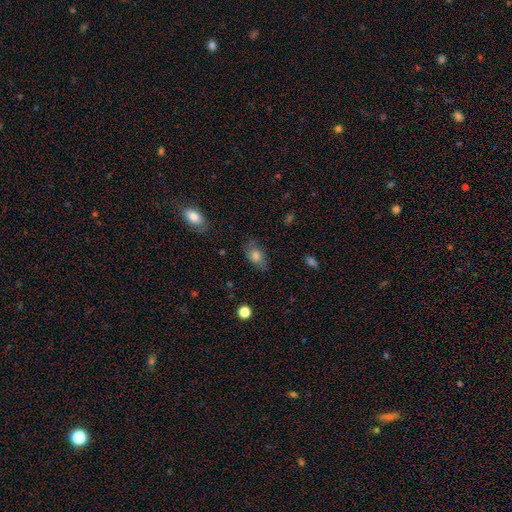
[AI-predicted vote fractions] Smooth or featured: smooth — 71% (featured or disk — 18%)
How rounded: in between — 85% (round — 13%)
Merging: none — 74% (minor disturbance — 19%)